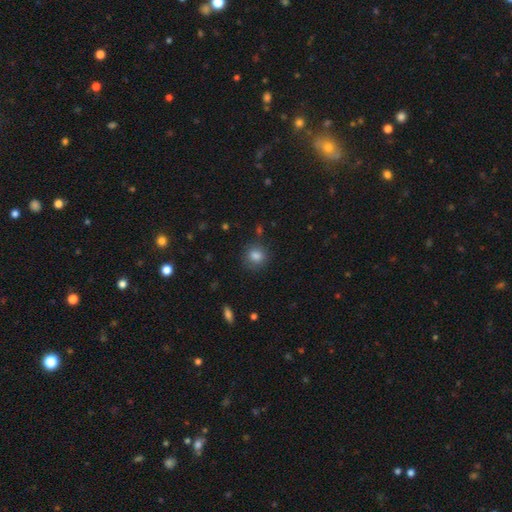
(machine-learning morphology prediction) A smooth galaxy with no disk features (84%) that is round (77%). Merging: none (79%).